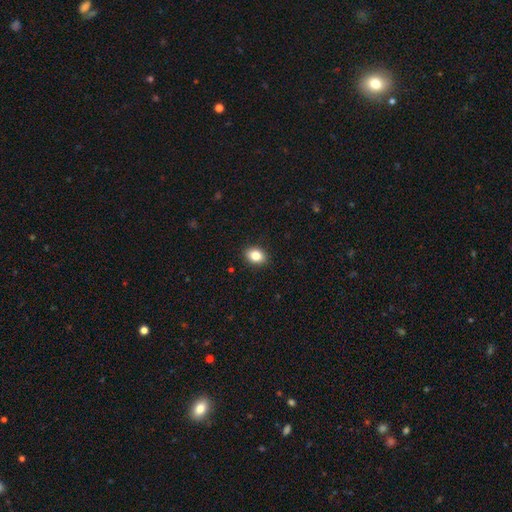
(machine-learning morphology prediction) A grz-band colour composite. It shows a smooth galaxy with no disk features (84%) that is in between round and cigar-shaped (67%). Merging: none (90%).